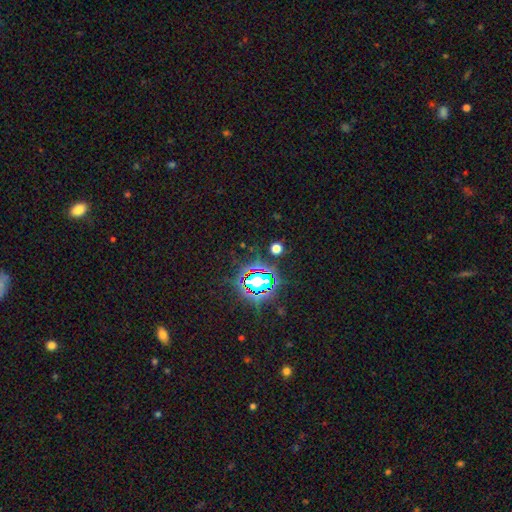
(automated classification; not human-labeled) The model was most divided on "smooth or featured": star or artifact: 76%, smooth: 15%, featured or disk: 9%.